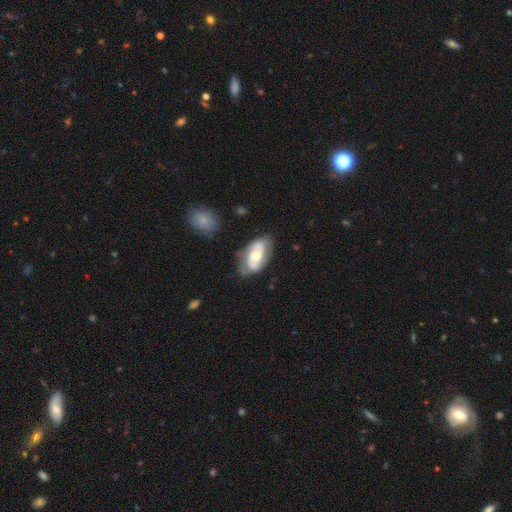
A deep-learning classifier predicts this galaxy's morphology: Smooth or featured? Predicted: featured or disk (p=0.59). Edge-on disk? Predicted: no (p=0.92). Bar? Predicted: no (p=0.61). Spiral arms? Predicted: yes (p=0.58). Bulge size? Predicted: moderate (p=0.71). Merging? Predicted: none (p=0.68).